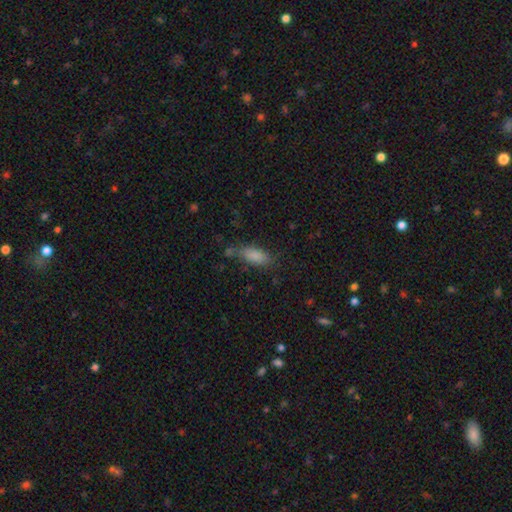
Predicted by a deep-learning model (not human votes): smooth-or-featured: smooth: 82% | star or artifact: 10% | featured or disk: 8%
  how-rounded: in between: 75% | cigar-shaped: 22% | round: 3%
  merging: none: 65% | minor disturbance: 21% | merger: 7% | major disturbance: 7%